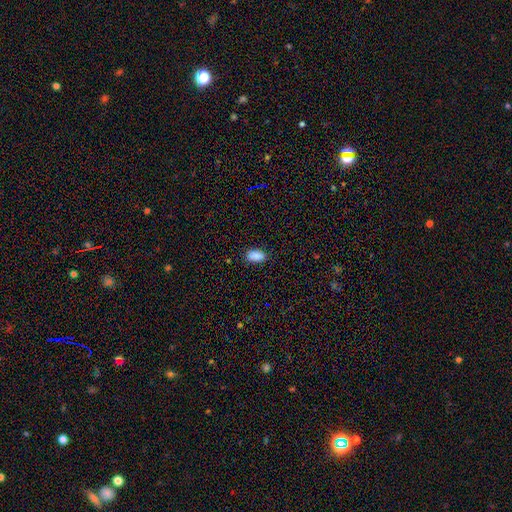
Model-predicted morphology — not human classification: Smooth or featured? smooth (89%)
How rounded? in between (93%)
Merging? none (87%)